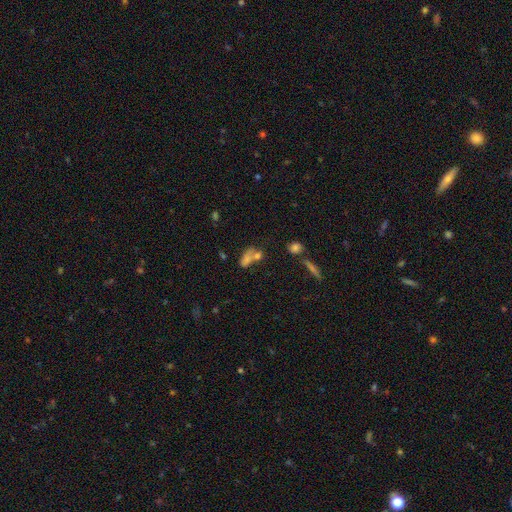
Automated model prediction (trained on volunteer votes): Smooth or featured? Predicted: smooth (p=0.56). How rounded? Predicted: in between (p=0.61). Merging? Predicted: merger (p=0.44).